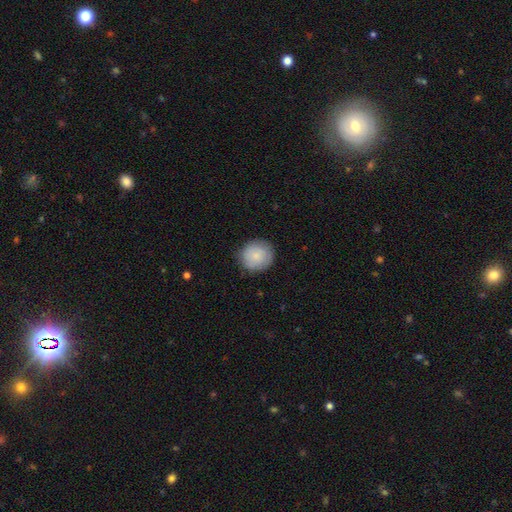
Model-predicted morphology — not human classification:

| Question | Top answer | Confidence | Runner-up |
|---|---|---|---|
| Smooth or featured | smooth | 80% | featured or disk (14%) |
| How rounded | round | 90% | in between (9%) |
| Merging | none | 84% | minor disturbance (12%) |